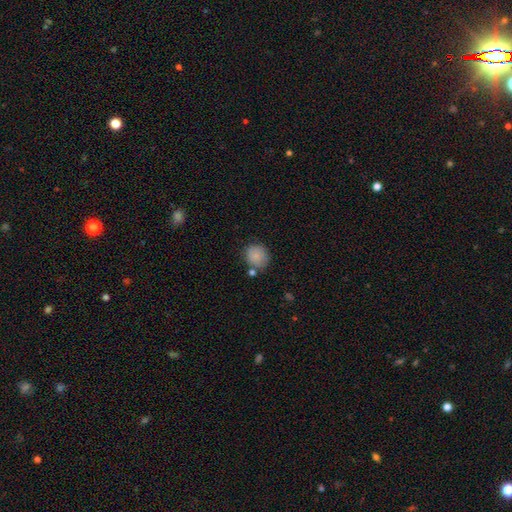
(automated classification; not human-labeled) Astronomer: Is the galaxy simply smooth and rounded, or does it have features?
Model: smooth — 85%.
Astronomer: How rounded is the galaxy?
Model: round — 79%.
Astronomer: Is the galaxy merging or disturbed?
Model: none — 72%.